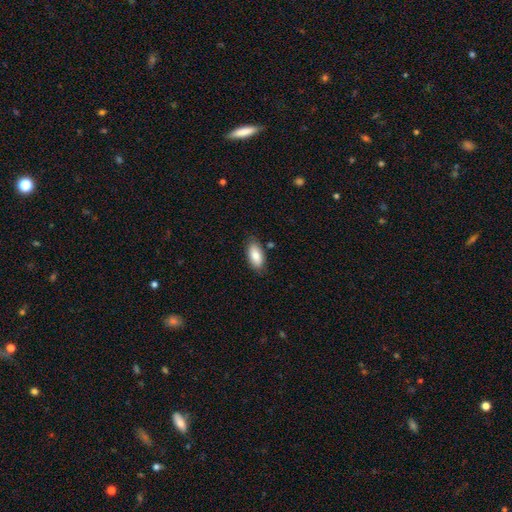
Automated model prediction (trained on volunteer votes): A smooth galaxy with no disk features (81%) that is in between round and cigar-shaped (91%).

Vote fractions:
- Smooth or featured? smooth: 81% / featured or disk: 12% / star or artifact: 7%
- How rounded? in between: 91% / cigar-shaped: 6% / round: 2%
- Merging? none: 82% / minor disturbance: 13% / major disturbance: 2% / merger: 2%